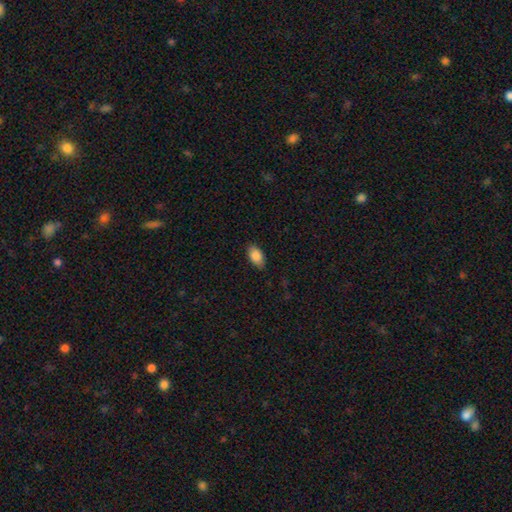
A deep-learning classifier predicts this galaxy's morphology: Smooth or featured: smooth — 87% (star or artifact — 7%)
How rounded: in between — 93% (round — 4%)
Merging: none — 84% (minor disturbance — 12%)